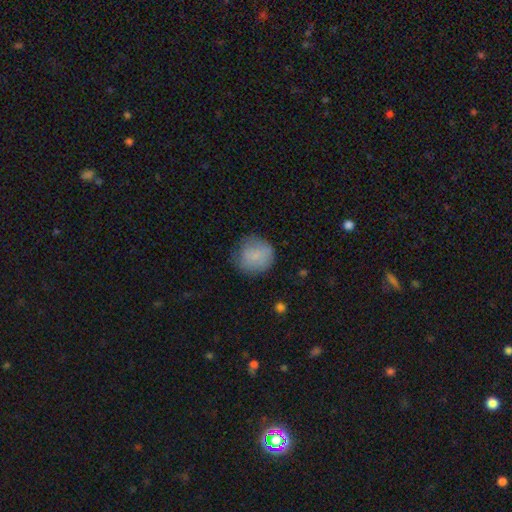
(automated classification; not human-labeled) Smooth or featured: smooth — 81% (featured or disk — 11%)
How rounded: round — 90% (in between — 9%)
Merging: none — 70% (minor disturbance — 21%)